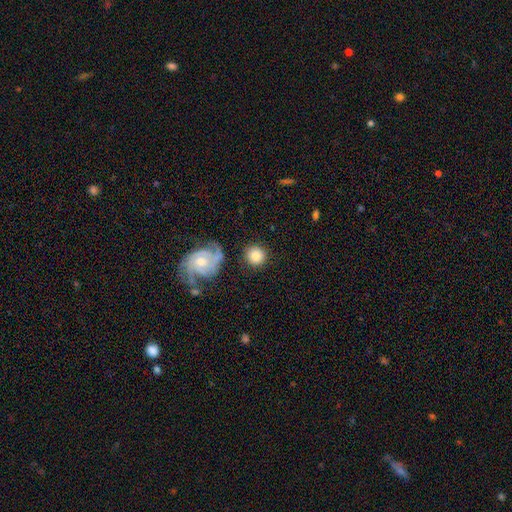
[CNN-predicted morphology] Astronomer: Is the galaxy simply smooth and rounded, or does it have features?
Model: smooth — 78%.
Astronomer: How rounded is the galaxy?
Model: round — 91%.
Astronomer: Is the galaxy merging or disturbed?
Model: none — 80%.